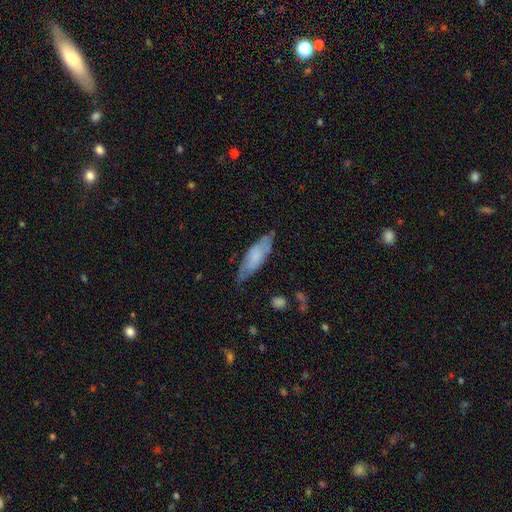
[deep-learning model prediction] This appears to be a smooth galaxy with no disk features (62%) that is in between round and cigar-shaped (54%). Merging: none (67%).